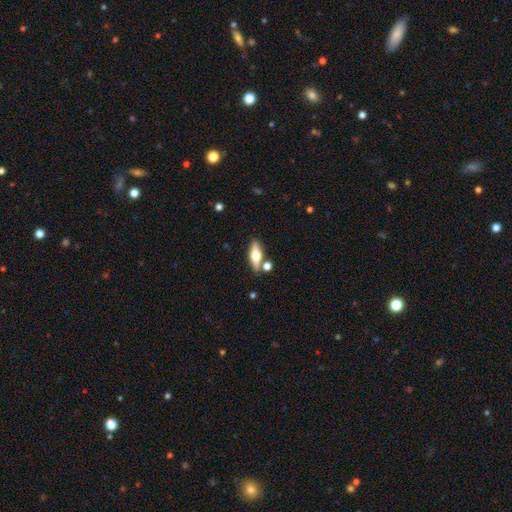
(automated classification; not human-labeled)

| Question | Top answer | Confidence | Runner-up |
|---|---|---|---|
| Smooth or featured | smooth | 48% | featured or disk (45%) |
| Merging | none | 78% | minor disturbance (10%) |